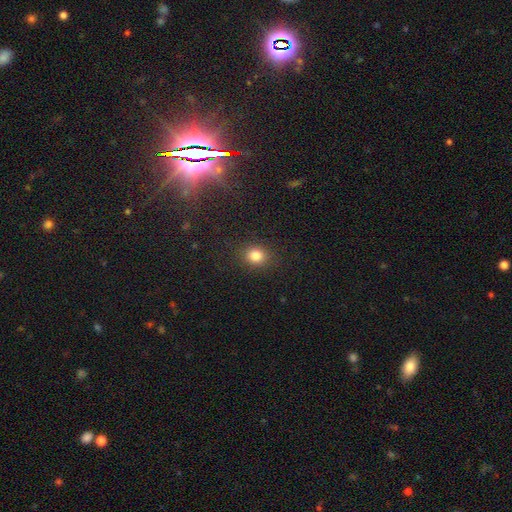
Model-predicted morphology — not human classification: This is clearly a smooth galaxy (83%). How rounded: likely round (73%). Merging: clearly none (88%).